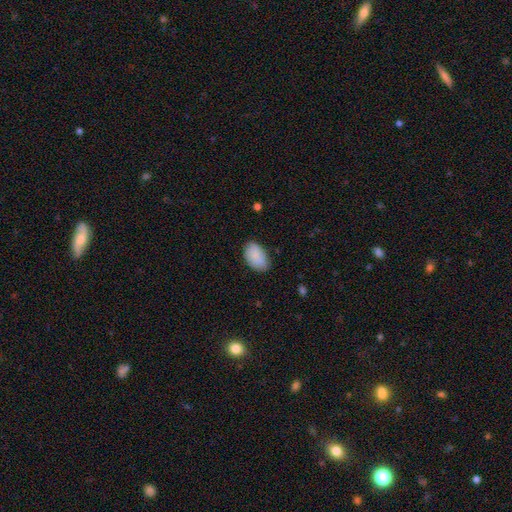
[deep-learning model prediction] Smooth or featured? Predicted: smooth (p=0.86). How rounded? Predicted: in between (p=0.92). Merging? Predicted: none (p=0.73).